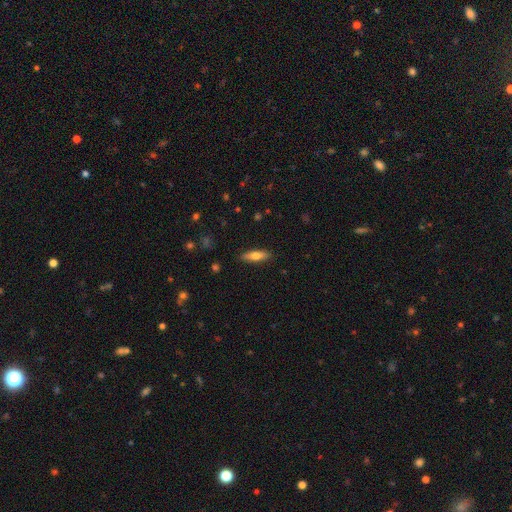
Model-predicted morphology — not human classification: Q: Smooth or featured?
A: smooth (67%); runner-up: featured or disk (27%)
Q: How rounded?
A: cigar-shaped (61%); runner-up: in between (37%)
Q: Merging?
A: none (89%); runner-up: minor disturbance (8%)